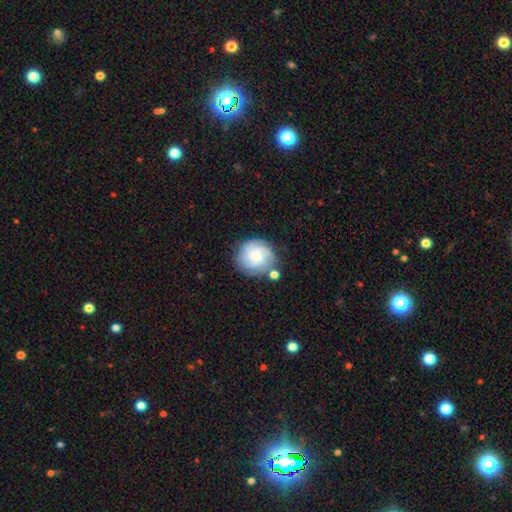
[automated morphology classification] Smooth or featured? Predicted: featured or disk (p=0.60). Edge-on disk? Predicted: no (p=0.98). Bar? Predicted: no (p=0.68). Spiral arms? Predicted: yes (p=0.92). Spiral winding? Predicted: tight (p=0.53). Spiral arm count? Predicted: 3 (p=0.31). Bulge size? Predicted: small (p=0.49). Merging? Predicted: none (p=0.71).